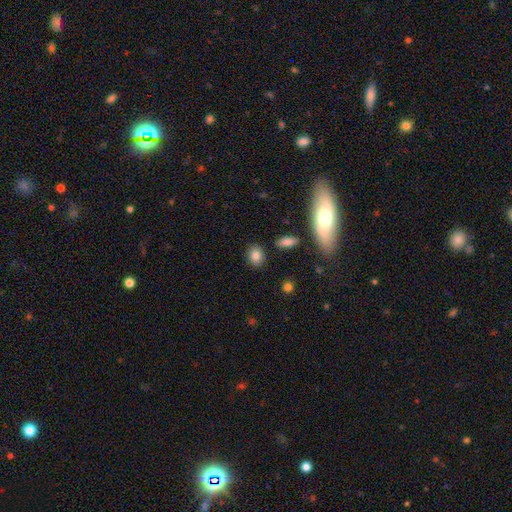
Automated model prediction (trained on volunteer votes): Overall: smooth (83%). How rounded: in between (53%; round 45%). Merging: none (86%).